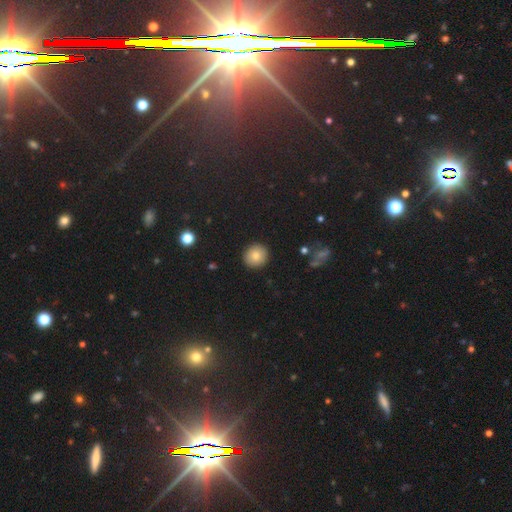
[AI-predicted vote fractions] Q: Smooth or featured?
A: smooth (80%); runner-up: star or artifact (10%)
Q: How rounded?
A: round (90%); runner-up: in between (9%)
Q: Merging?
A: none (91%); runner-up: minor disturbance (6%)